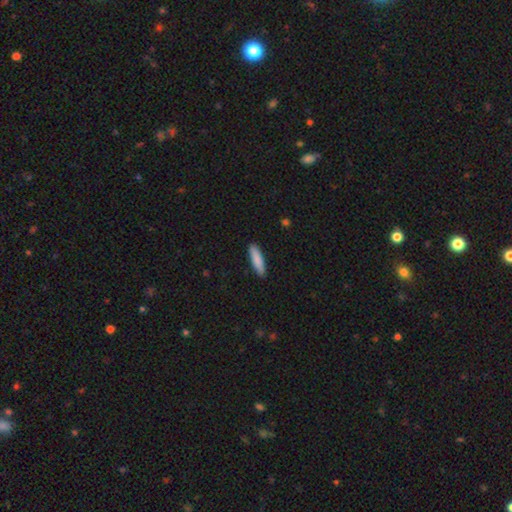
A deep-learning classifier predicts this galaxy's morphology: Smooth or featured?
  - smooth: 87% *
  - featured or disk: 7%
  - star or artifact: 6%
How rounded?
  - cigar-shaped: 75% *
  - in between: 24%
  - round: 1%
Merging?
  - none: 90% *
  - minor disturbance: 7%
  - major disturbance: 1%
  - merger: 1%